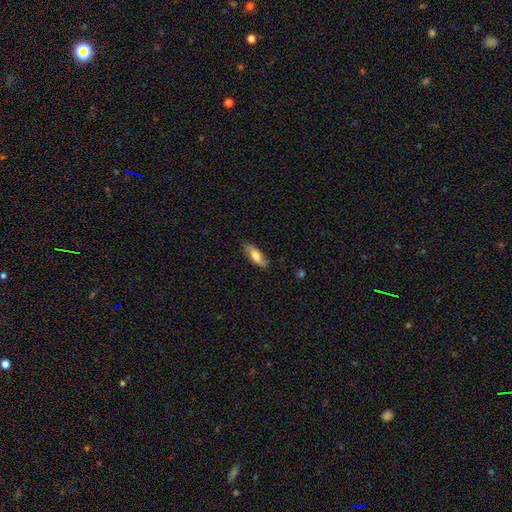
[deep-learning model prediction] smooth_or_featured: smooth (p=0.72) [alt: featured or disk p=0.21]
how_rounded: in between (p=0.66) [alt: cigar-shaped p=0.32]
merging: none (p=0.82) [alt: minor disturbance p=0.14]